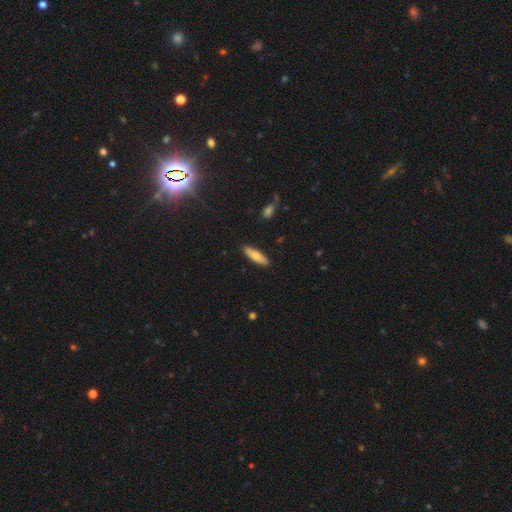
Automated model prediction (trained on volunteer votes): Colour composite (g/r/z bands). It shows a smooth galaxy with no disk features (73%) that is cigar-shaped (57%). Merging: none (90%).